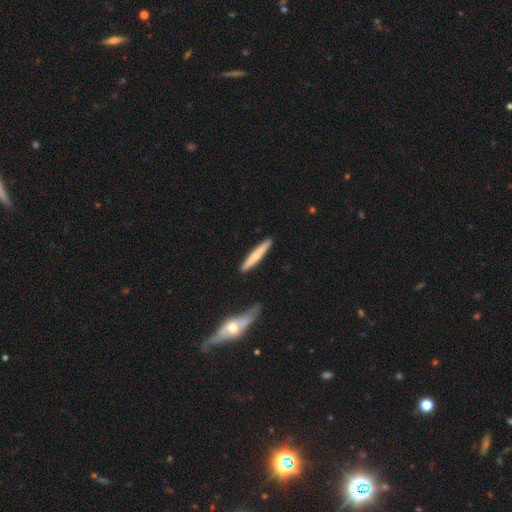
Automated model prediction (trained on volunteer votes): smooth_or_featured: smooth (p=0.63) [alt: featured or disk p=0.32]
how_rounded: cigar-shaped (p=0.94) [alt: in between p=0.05]
merging: none (p=0.88) [alt: minor disturbance p=0.08]